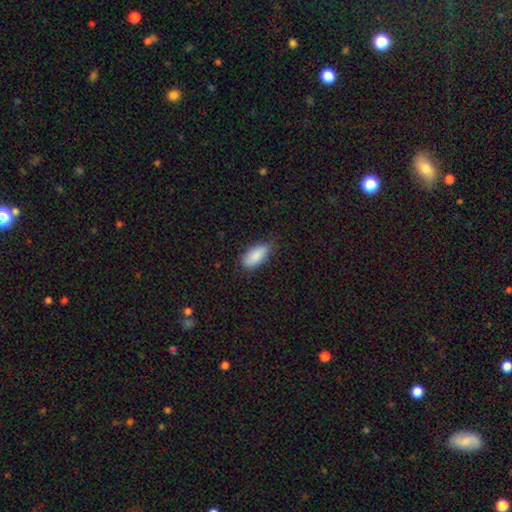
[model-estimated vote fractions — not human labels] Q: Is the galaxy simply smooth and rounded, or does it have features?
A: smooth — 88%.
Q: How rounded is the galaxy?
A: in between — 89%.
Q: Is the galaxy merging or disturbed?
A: none — 76%.